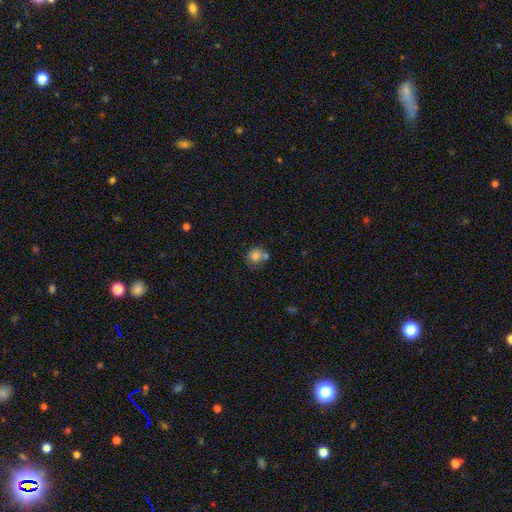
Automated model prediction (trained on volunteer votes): A smooth galaxy with no disk features (76%) that is round (78%). Merging: none (45%).